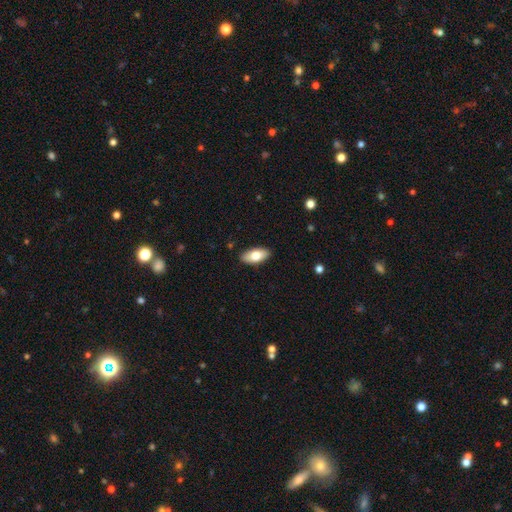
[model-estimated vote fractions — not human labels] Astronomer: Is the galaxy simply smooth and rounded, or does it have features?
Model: smooth — 77%.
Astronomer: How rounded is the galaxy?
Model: in between — 91%.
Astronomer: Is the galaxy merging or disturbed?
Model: none — 89%.